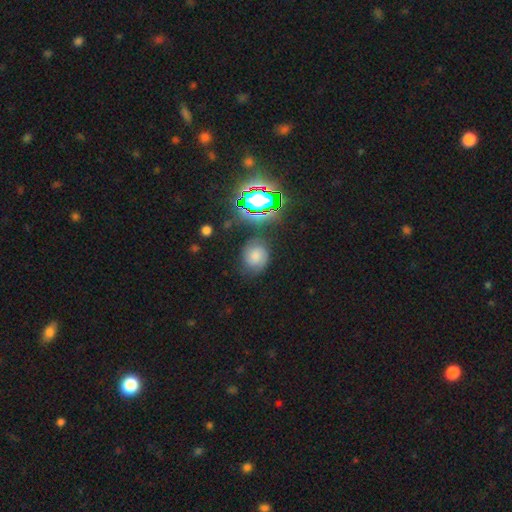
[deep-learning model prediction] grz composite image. It shows a smooth galaxy with no disk features (60%) that is round (66%). Merging: none (70%).